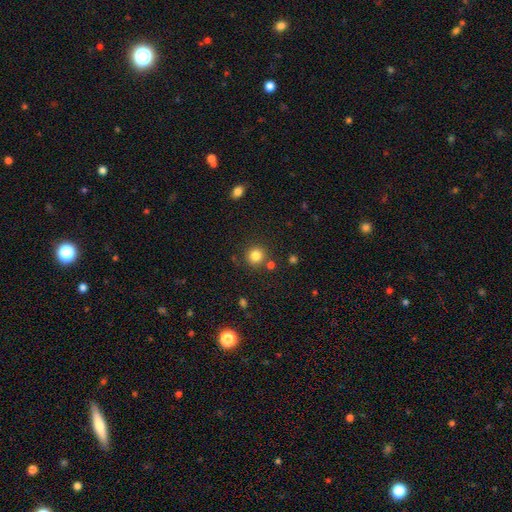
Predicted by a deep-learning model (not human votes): Smooth or featured?
  - smooth: 82% *
  - star or artifact: 12%
  - featured or disk: 5%
How rounded?
  - round: 93% *
  - in between: 6%
  - cigar-shaped: 1%
Merging?
  - none: 83% *
  - minor disturbance: 7%
  - merger: 7%
  - major disturbance: 3%